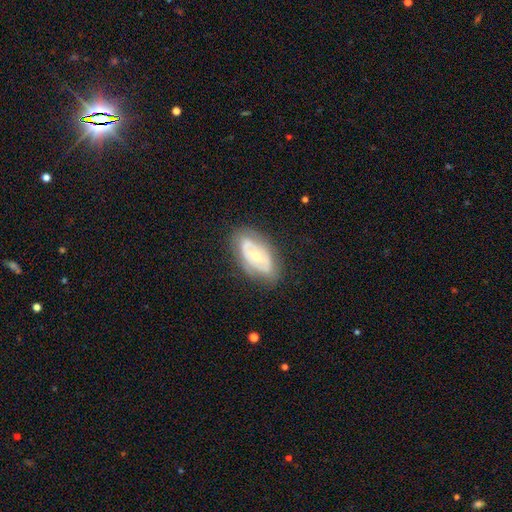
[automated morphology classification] Smooth or featured? featured or disk (71%)
Edge-on disk? no (92%)
Bar? no (68%)
Spiral arms? yes (53%)
Bulge size? moderate (50%)
Merging? none (75%)